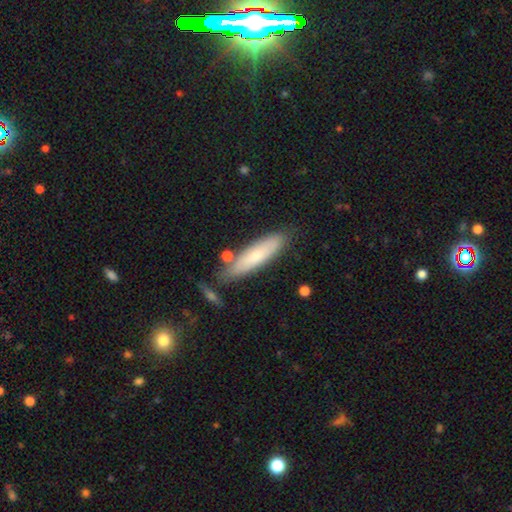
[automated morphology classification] smooth-or-featured: smooth: 70% | featured or disk: 24% | star or artifact: 6%
  how-rounded: cigar-shaped: 72% | in between: 27% | round: 1%
  merging: none: 78% | minor disturbance: 14% | merger: 5% | major disturbance: 3%